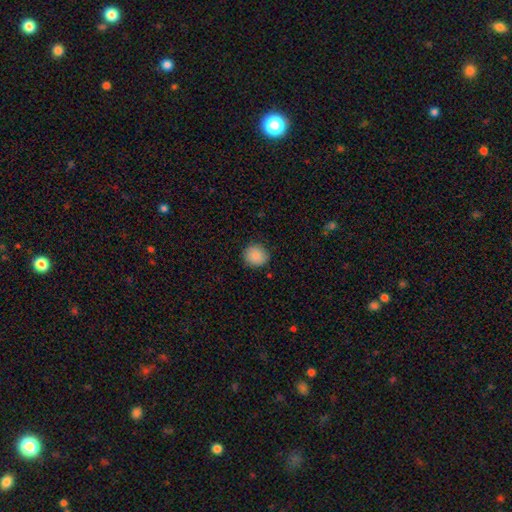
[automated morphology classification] This appears to be a smooth galaxy with no disk features (87%) that is round (87%). Merging: none (87%).